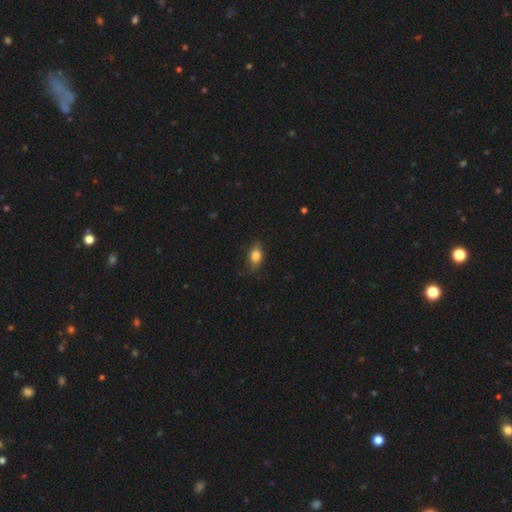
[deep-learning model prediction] A smooth galaxy with no disk features (79%) that is in between round and cigar-shaped (80%). Merging: none (66%).